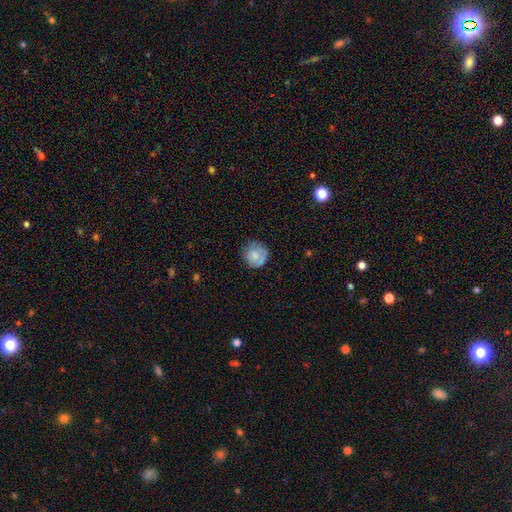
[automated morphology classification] type=smooth (72%); roundness=round (90%); merging=none (71%).